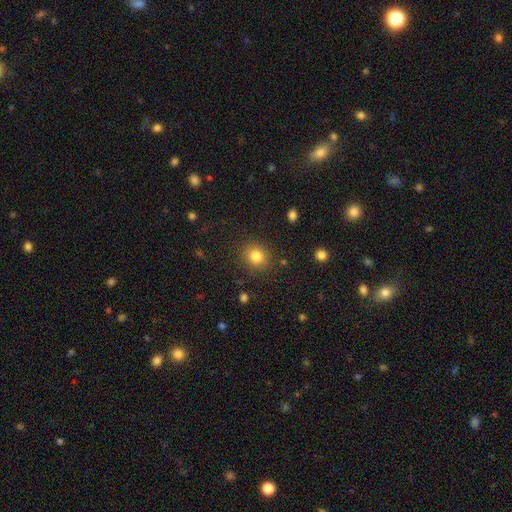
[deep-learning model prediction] A smooth galaxy with no disk features (82%) that is round (76%). Merging: none (87%).